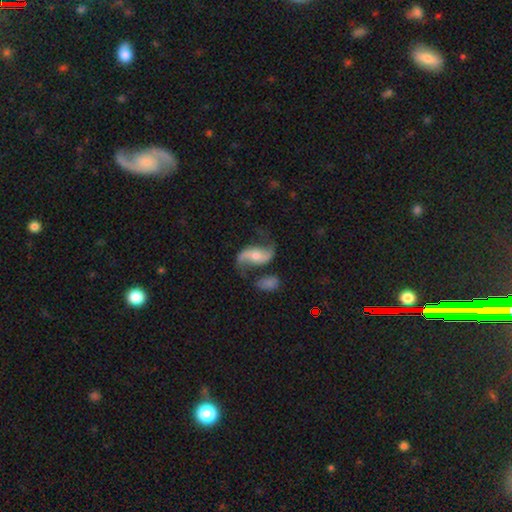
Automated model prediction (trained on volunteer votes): Smooth or featured? Predicted: featured or disk (p=0.83). Edge-on disk? Predicted: no (p=0.96). Bar? Predicted: no (p=0.44). Spiral arms? Predicted: yes (p=0.95). Spiral winding? Predicted: loose (p=0.83). Spiral arm count? Predicted: 2 (p=0.92). Bulge size? Predicted: moderate (p=0.49). Merging? Predicted: none (p=0.65).